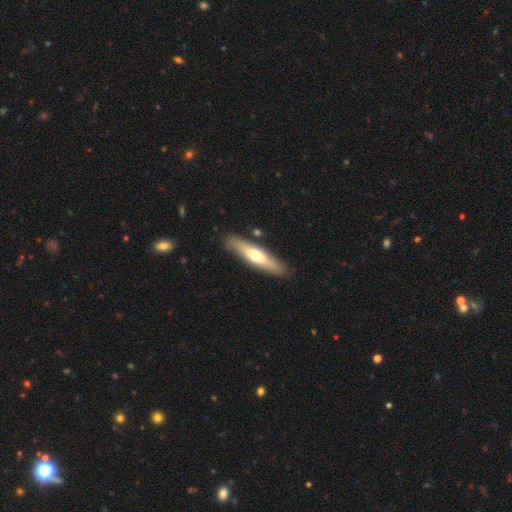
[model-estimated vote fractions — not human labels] The model was most divided on "smooth or featured": smooth: 51%, featured or disk: 44%, star or artifact: 5%. More confident: merging — none (85%); how rounded — cigar-shaped (75%).